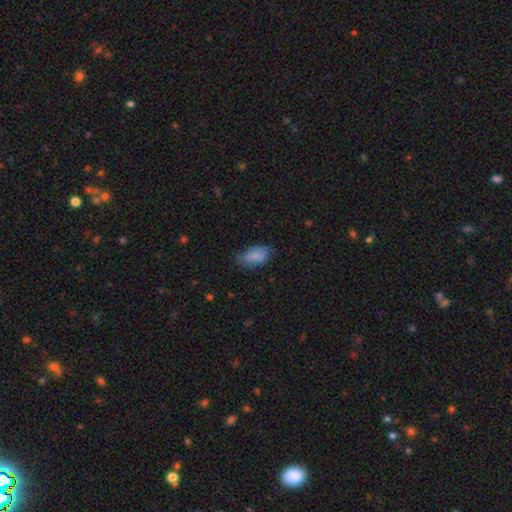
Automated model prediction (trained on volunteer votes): smooth-or-featured: smooth: 78% | featured or disk: 14% | star or artifact: 7%
  how-rounded: in between: 92% | round: 5% | cigar-shaped: 3%
  merging: none: 60% | minor disturbance: 30% | major disturbance: 8% | merger: 2%